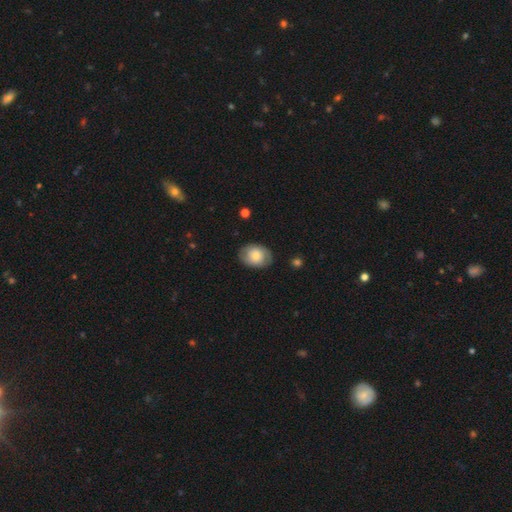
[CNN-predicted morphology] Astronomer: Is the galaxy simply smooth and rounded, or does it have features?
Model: smooth — 62%.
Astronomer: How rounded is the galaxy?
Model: in between — 64%.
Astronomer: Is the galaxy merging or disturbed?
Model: none — 79%.